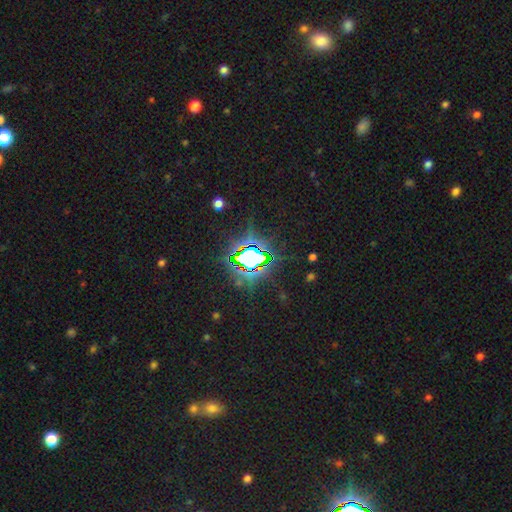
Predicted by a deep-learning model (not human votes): A star or artifact, not a galaxy (82%).

Vote fractions:
- Smooth or featured? star or artifact: 82% / smooth: 10% / featured or disk: 8%